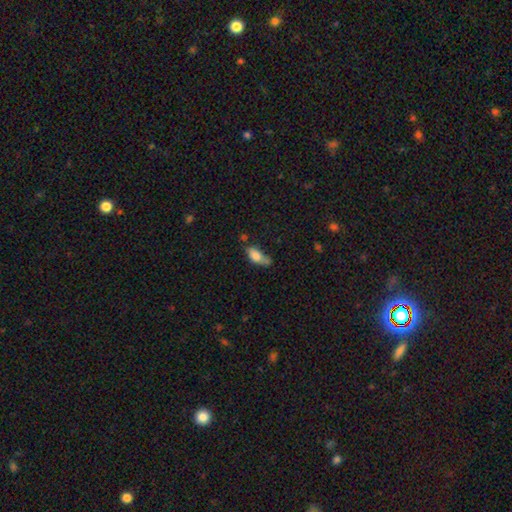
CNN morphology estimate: The model was most divided on "merging": none: 38%, minor disturbance: 35%, major disturbance: 13%, merger: 13%. More confident: how rounded — in between (81%); smooth or featured — smooth (76%).